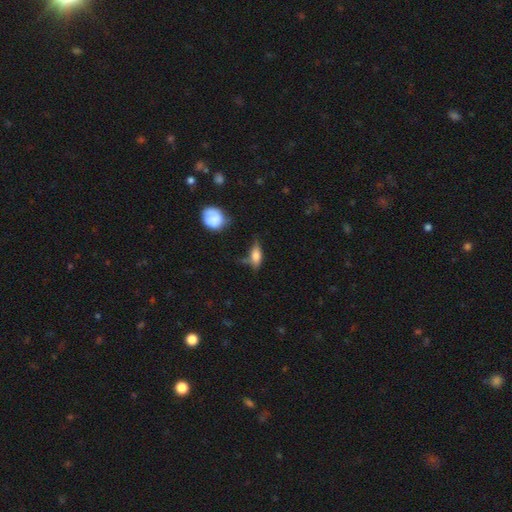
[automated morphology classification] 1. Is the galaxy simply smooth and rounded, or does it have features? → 68% smooth, 23% featured or disk, 9% star or artifact.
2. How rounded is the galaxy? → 74% in between, 21% cigar-shaped, 6% round.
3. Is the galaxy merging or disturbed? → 49% none, 30% minor disturbance, 15% major disturbance, 7% merger.